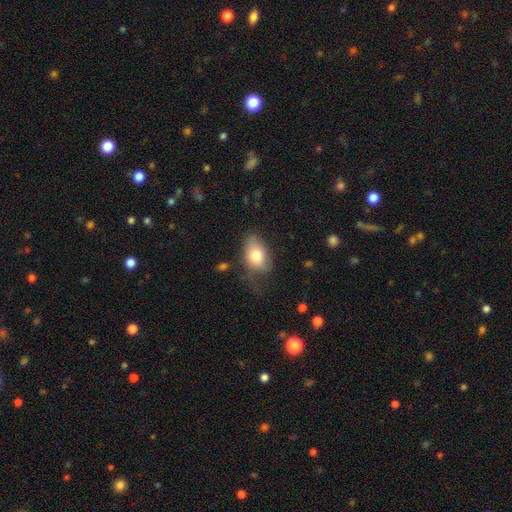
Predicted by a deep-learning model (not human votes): This is likely a smooth galaxy (76%). How rounded: clearly in between (82%). Merging: possibly none (50%).